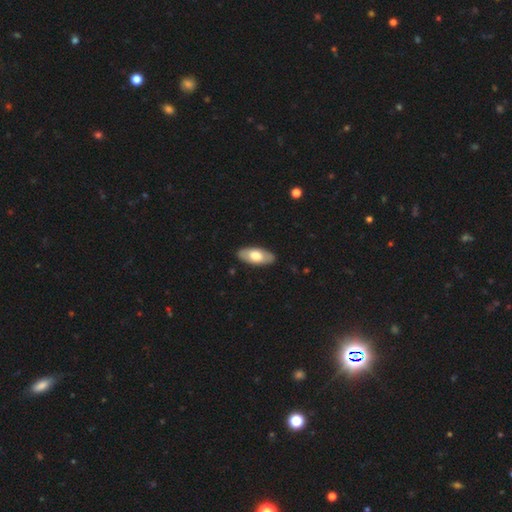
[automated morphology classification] Q: Smooth or featured?
A: smooth (63%); runner-up: featured or disk (32%)
Q: How rounded?
A: in between (89%); runner-up: cigar-shaped (9%)
Q: Merging?
A: none (89%); runner-up: minor disturbance (9%)